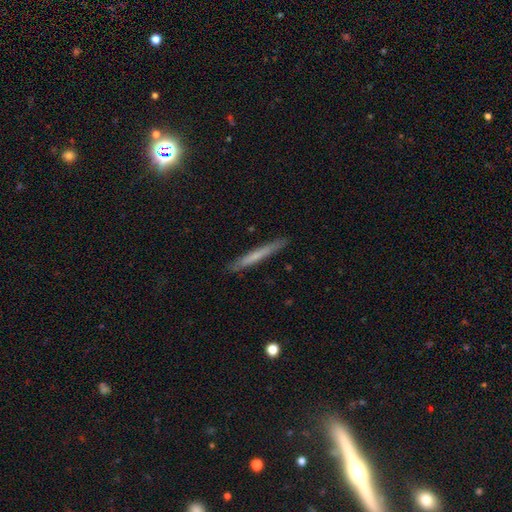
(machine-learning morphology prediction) Smooth or featured? Predicted: smooth (p=0.57). How rounded? Predicted: cigar-shaped (p=0.96). Merging? Predicted: none (p=0.88).